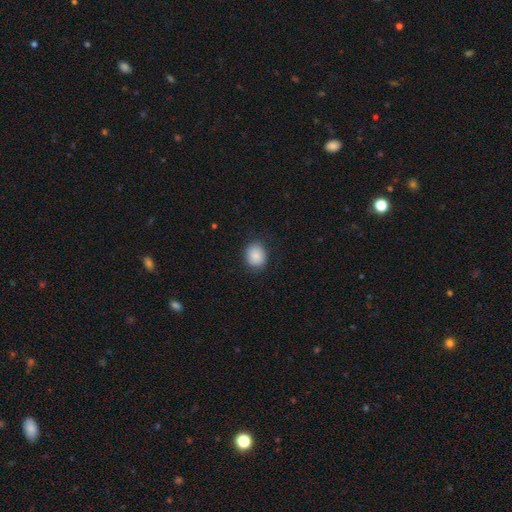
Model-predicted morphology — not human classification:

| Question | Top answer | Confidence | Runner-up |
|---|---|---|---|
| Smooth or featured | smooth | 87% | star or artifact (8%) |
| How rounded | round | 60% | in between (39%) |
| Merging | none | 84% | minor disturbance (12%) |